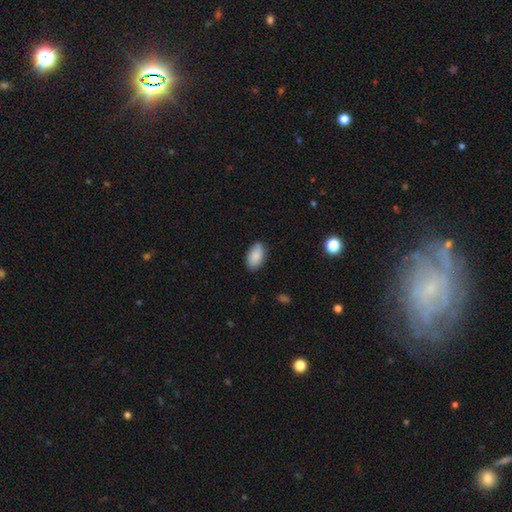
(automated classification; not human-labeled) This appears to be a smooth galaxy with no disk features (85%) that is in between round and cigar-shaped (94%). Merging: none (83%).